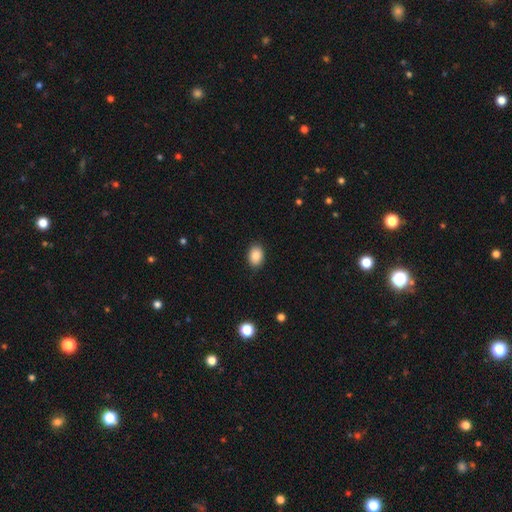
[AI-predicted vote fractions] Smooth or featured: smooth — 87% (star or artifact — 8%)
How rounded: in between — 76% (round — 23%)
Merging: none — 88% (minor disturbance — 9%)